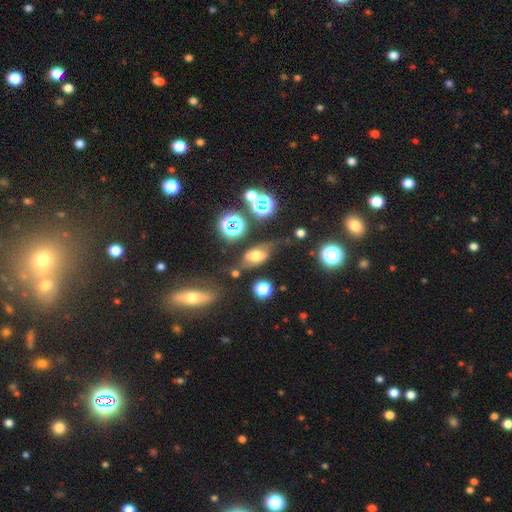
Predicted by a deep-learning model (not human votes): Smooth or featured? Predicted: smooth (p=0.55). How rounded? Predicted: in between (p=0.80). Merging? Predicted: none (p=0.53).